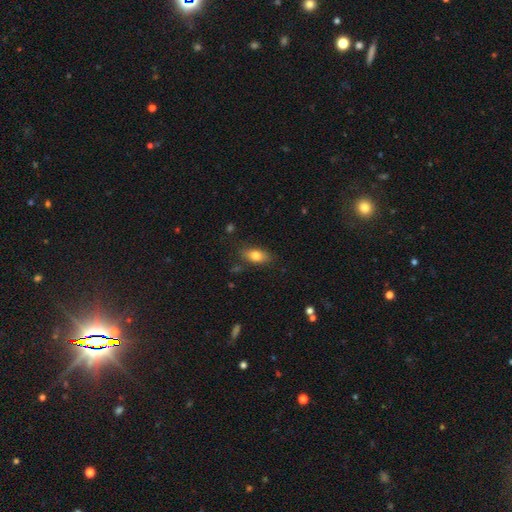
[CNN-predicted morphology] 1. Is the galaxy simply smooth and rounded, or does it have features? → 77% smooth, 15% featured or disk, 8% star or artifact.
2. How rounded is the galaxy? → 83% in between, 9% cigar-shaped, 8% round.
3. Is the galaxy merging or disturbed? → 79% none, 15% minor disturbance, 4% major disturbance, 2% merger.